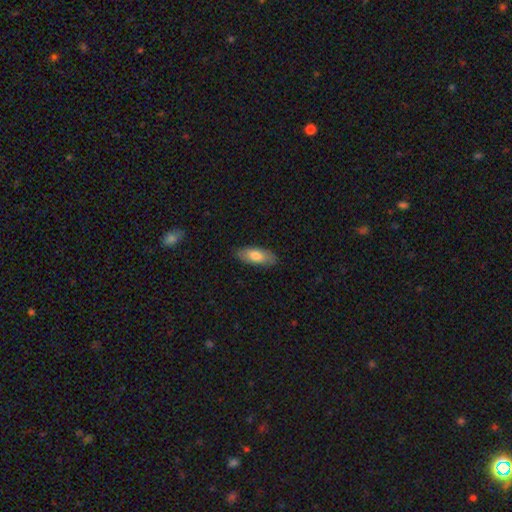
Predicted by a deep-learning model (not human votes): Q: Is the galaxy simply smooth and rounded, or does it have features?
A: smooth — 75%.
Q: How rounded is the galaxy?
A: in between — 81%.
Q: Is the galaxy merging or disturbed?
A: none — 85%.